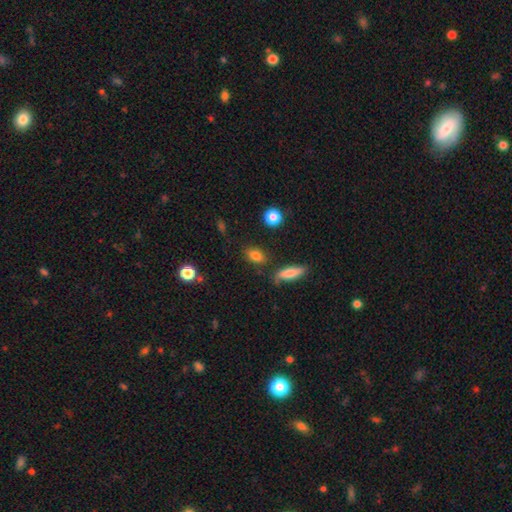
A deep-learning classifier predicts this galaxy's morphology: Smooth or featured: smooth — 81% (star or artifact — 11%)
How rounded: in between — 74% (round — 19%)
Merging: none — 79% (minor disturbance — 13%)